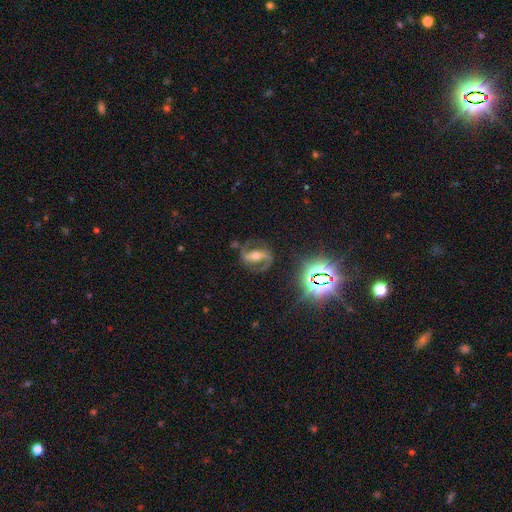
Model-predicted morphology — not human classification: The model was most divided on "spiral winding": medium: 50%, loose: 31%, tight: 19%. More confident: edge-on disk — no (95%); spiral arms — yes (93%); spiral arm count — 2 (90%); smooth or featured — featured or disk (76%); merging — none (75%); bar — strong (59%); bulge size — moderate (59%).